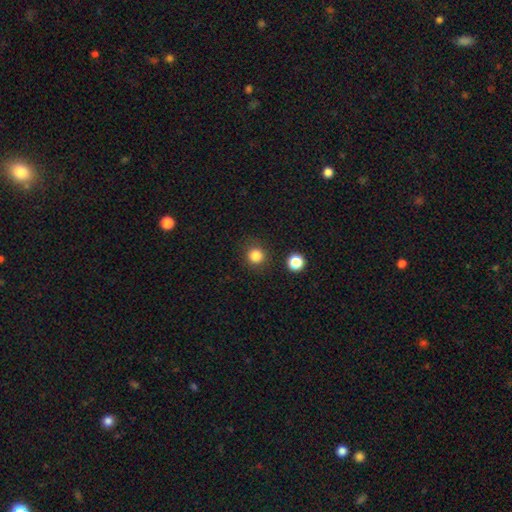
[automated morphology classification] Smooth or featured: smooth — 83% (star or artifact — 12%)
How rounded: round — 92% (in between — 7%)
Merging: none — 86% (minor disturbance — 8%)